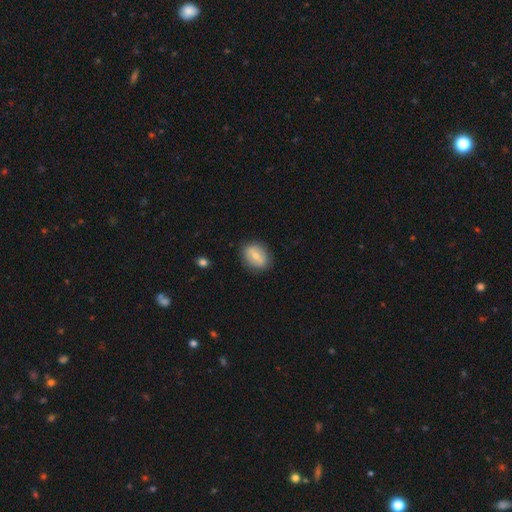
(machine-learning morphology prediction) This is possibly a smooth galaxy (56%). How rounded: likely in between (68%). Merging: clearly none (84%).